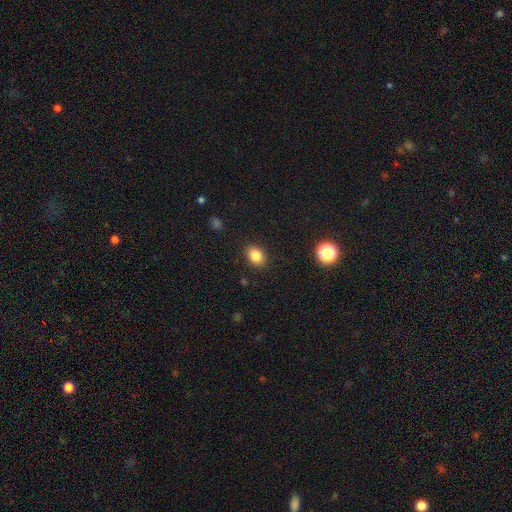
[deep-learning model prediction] The model was most divided on "how rounded": in between: 64%, round: 35%, cigar-shaped: 1%. More confident: merging — none (88%); smooth or featured — smooth (84%).